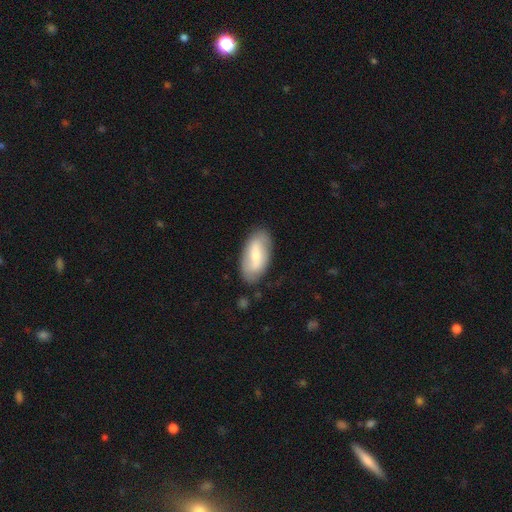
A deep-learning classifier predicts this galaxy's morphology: Smooth or featured: smooth — 50% (featured or disk — 44%)
How rounded: in between — 90% (cigar-shaped — 7%)
Merging: none — 81% (minor disturbance — 14%)